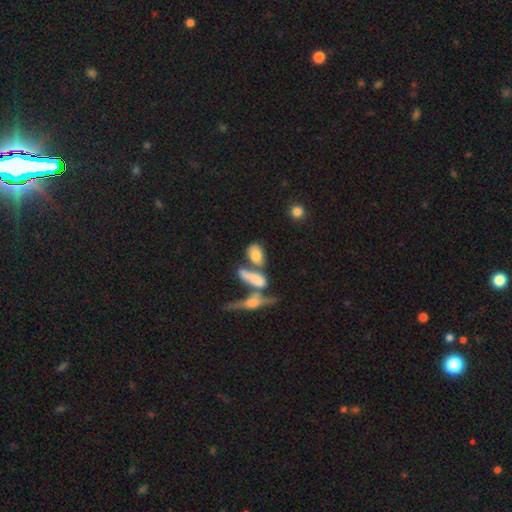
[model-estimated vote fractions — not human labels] smooth 72%, featured or disk 19%, star or artifact 9%. Down the decision tree: how rounded — in between (82%); merging — merger (39%).